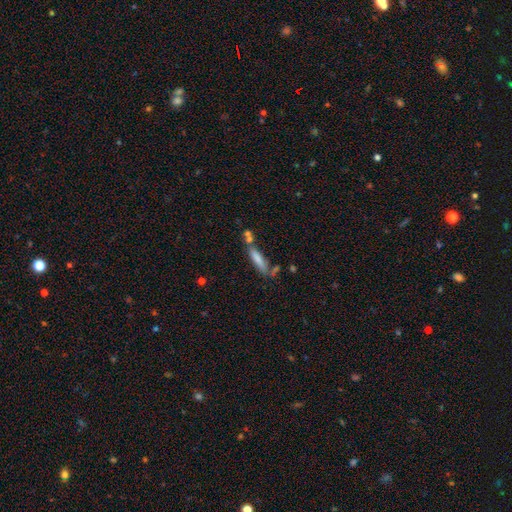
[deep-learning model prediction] A smooth galaxy with no disk features (59%) that is cigar-shaped (81%). Merging: none (52%).